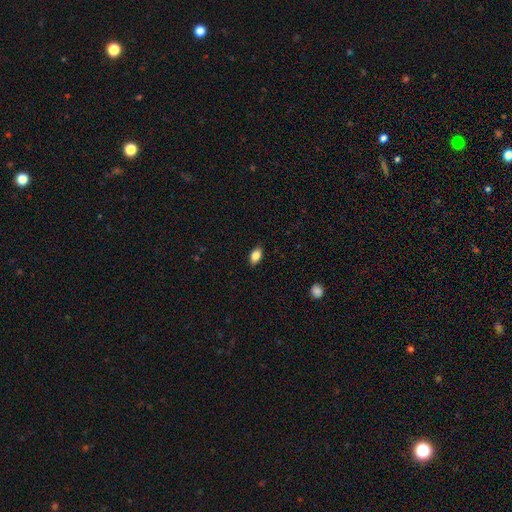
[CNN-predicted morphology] smooth-or-featured: smooth: 83% | star or artifact: 8% | featured or disk: 8%
  how-rounded: in between: 88% | round: 9% | cigar-shaped: 3%
  merging: none: 88% | minor disturbance: 10% | major disturbance: 2% | merger: 1%